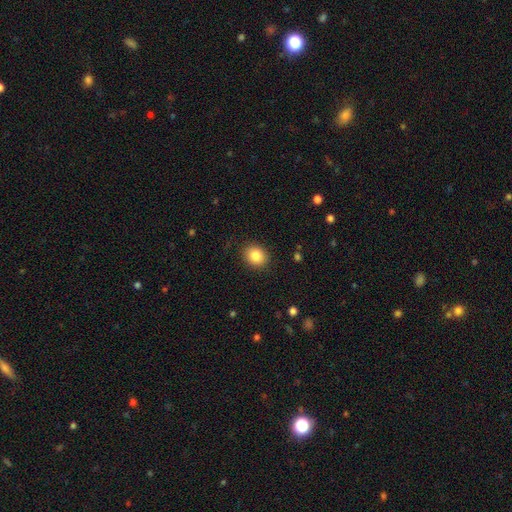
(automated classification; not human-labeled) A smooth galaxy with no disk features (85%) that is round (62%). Merging: none (88%).